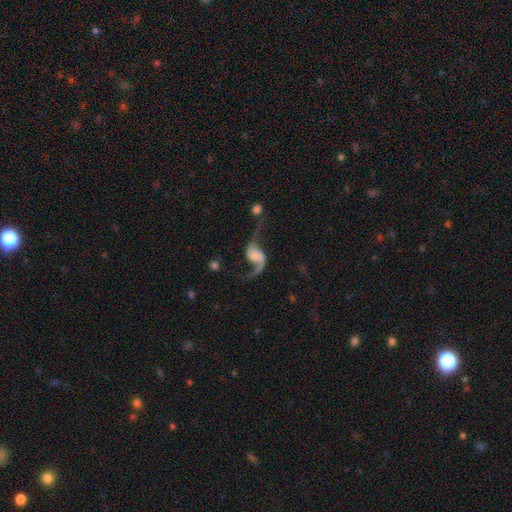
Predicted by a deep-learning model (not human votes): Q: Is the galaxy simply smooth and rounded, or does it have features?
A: featured or disk — 85%.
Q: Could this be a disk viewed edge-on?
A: no — 97%.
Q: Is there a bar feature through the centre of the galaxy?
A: no — 57%.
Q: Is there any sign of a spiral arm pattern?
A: yes — 95%.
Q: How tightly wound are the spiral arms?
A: loose — 88%.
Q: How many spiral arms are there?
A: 2 — 86%.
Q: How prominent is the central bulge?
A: none — 44%.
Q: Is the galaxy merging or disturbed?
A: none — 49%.